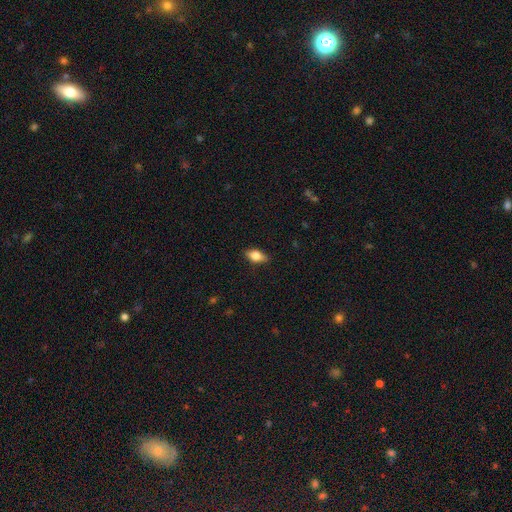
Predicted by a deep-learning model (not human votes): Smooth or featured?
  - smooth: 72% *
  - featured or disk: 20%
  - star or artifact: 8%
How rounded?
  - in between: 84% *
  - cigar-shaped: 11%
  - round: 5%
Merging?
  - none: 86% *
  - minor disturbance: 11%
  - major disturbance: 2%
  - merger: 1%